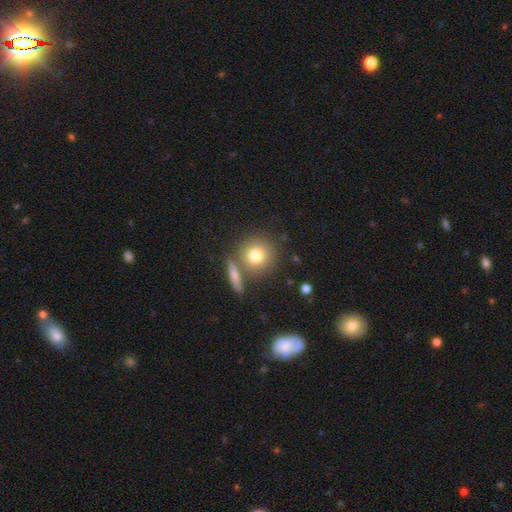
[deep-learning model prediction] Smooth or featured? smooth (78%)
How rounded? round (88%)
Merging? none (67%)